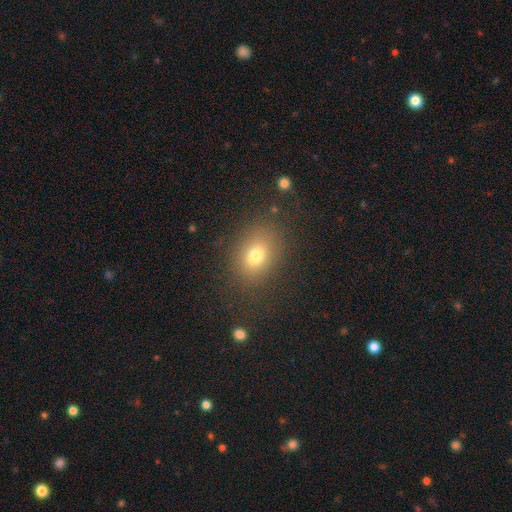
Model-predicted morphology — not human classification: A smooth galaxy with no disk features (74%) that is in between round and cigar-shaped (64%).

Vote fractions:
- Smooth or featured? smooth: 74% / star or artifact: 14% / featured or disk: 11%
- How rounded? in between: 64% / round: 35% / cigar-shaped: 1%
- Merging? none: 81% / minor disturbance: 11% / major disturbance: 5% / merger: 2%